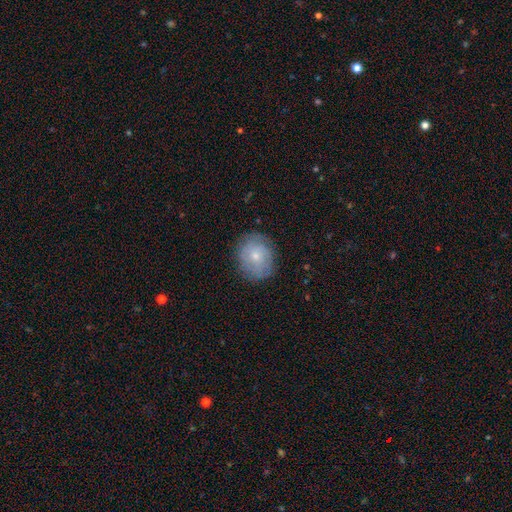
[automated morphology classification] smooth-or-featured: smooth: 56% | featured or disk: 36% | star or artifact: 8%
  how-rounded: round: 72% | in between: 27% | cigar-shaped: 1%
  merging: none: 78% | minor disturbance: 16% | major disturbance: 5% | merger: 1%